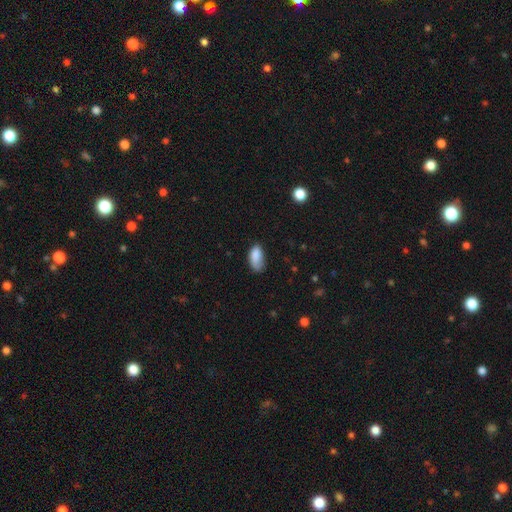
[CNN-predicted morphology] smooth_or_featured: smooth (p=0.85) [alt: featured or disk p=0.08]
how_rounded: in between (p=0.93) [alt: cigar-shaped p=0.04]
merging: none (p=0.58) [alt: minor disturbance p=0.32]